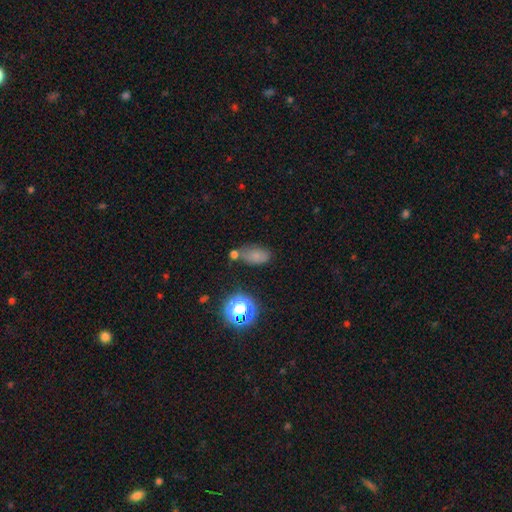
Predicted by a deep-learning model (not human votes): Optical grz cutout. It shows a smooth galaxy with no disk features (70%) that is in between round and cigar-shaped (85%). Merging: none (51%).